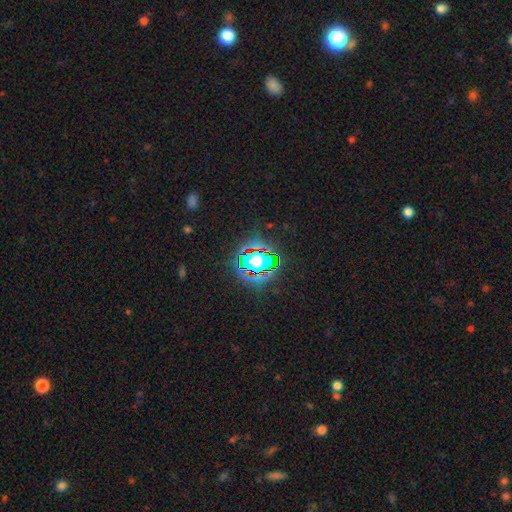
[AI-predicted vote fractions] This appears to be a star or artifact, not a galaxy (60%).